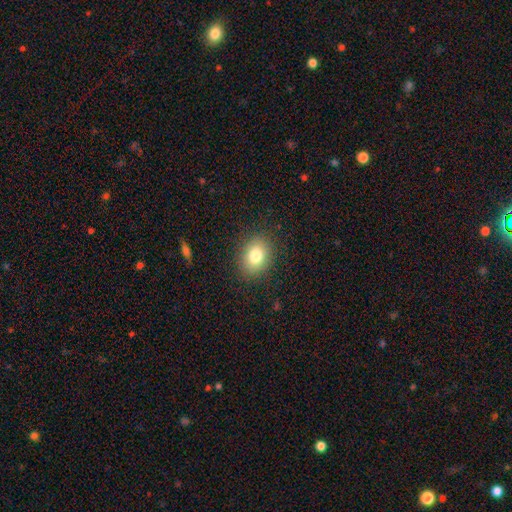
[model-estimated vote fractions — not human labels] Q: Smooth or featured?
A: smooth (81%); runner-up: star or artifact (10%)
Q: How rounded?
A: in between (61%); runner-up: round (38%)
Q: Merging?
A: none (88%); runner-up: minor disturbance (8%)